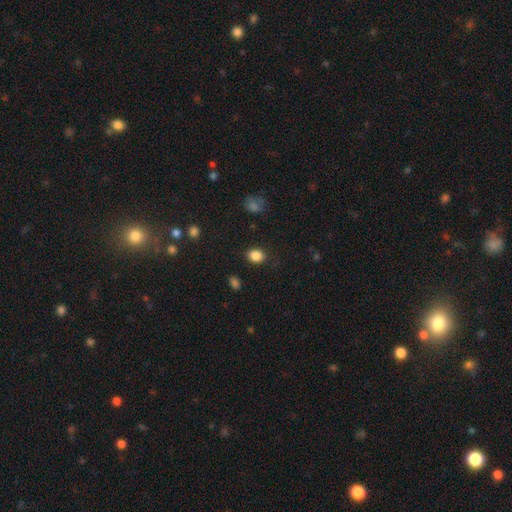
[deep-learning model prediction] smooth_or_featured: smooth (p=0.87) [alt: star or artifact p=0.09]
how_rounded: in between (p=0.60) [alt: round p=0.39]
merging: none (p=0.86) [alt: minor disturbance p=0.10]